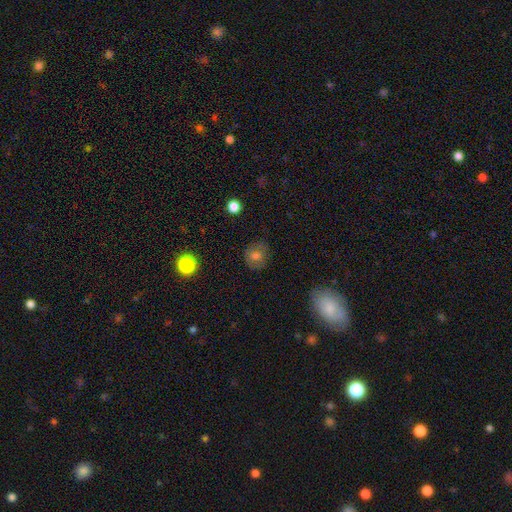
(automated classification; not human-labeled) Morphology: type=smooth (71%); roundness=round (81%); merging=none (79%).